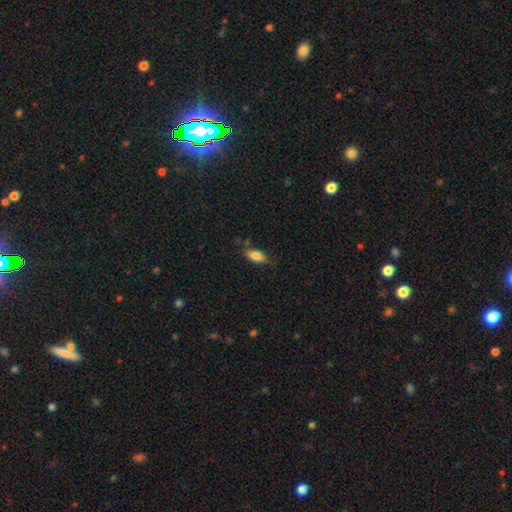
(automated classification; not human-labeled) This appears to be a smooth galaxy with no disk features (82%) that is in between round and cigar-shaped (85%). Merging: none (68%).